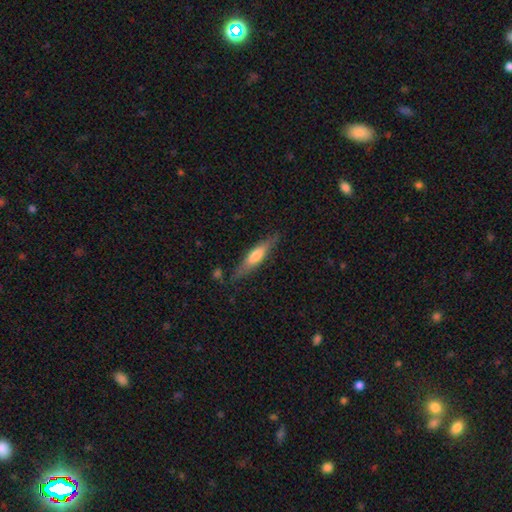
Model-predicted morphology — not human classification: Q: Smooth or featured?
A: smooth (52%); runner-up: featured or disk (42%)
Q: How rounded?
A: cigar-shaped (82%); runner-up: in between (16%)
Q: Merging?
A: none (81%); runner-up: minor disturbance (14%)